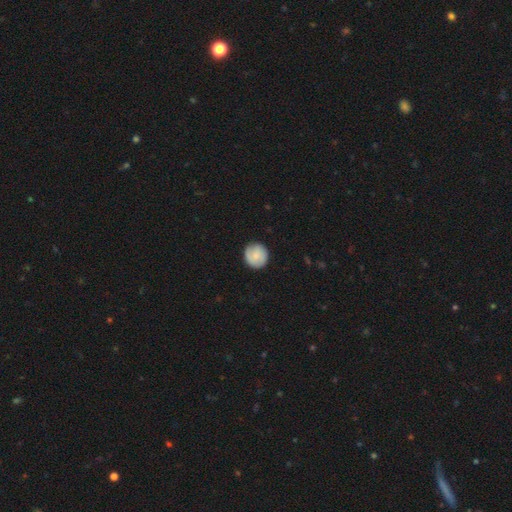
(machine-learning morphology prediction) Smooth or featured: smooth — 72% (featured or disk — 22%)
How rounded: round — 92% (in between — 7%)
Merging: none — 86% (minor disturbance — 10%)